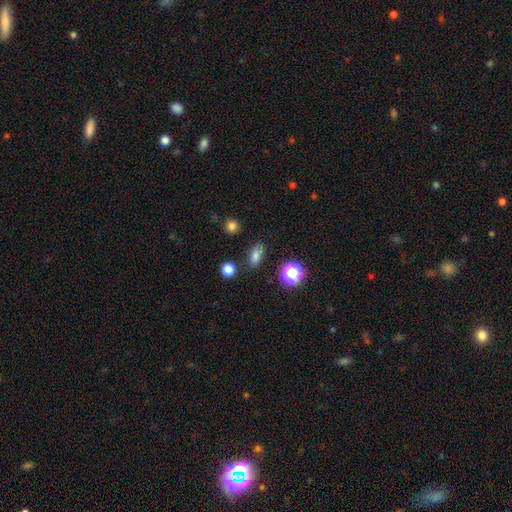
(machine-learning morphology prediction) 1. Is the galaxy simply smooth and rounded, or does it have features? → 73% smooth, 18% star or artifact, 9% featured or disk.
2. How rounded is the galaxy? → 73% in between, 18% round, 9% cigar-shaped.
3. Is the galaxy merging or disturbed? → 78% none, 14% minor disturbance, 4% major disturbance, 3% merger.